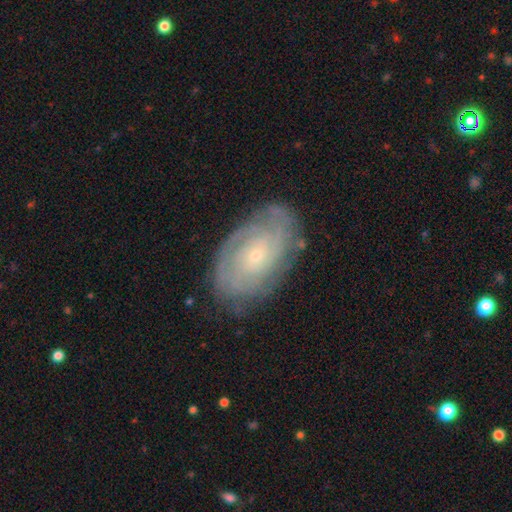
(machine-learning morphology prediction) A featured or disk galaxy (77%) with no bar (79%), tight (75%) spiral arms (87%) and a small central bulge (81%). Merging: none (79%).